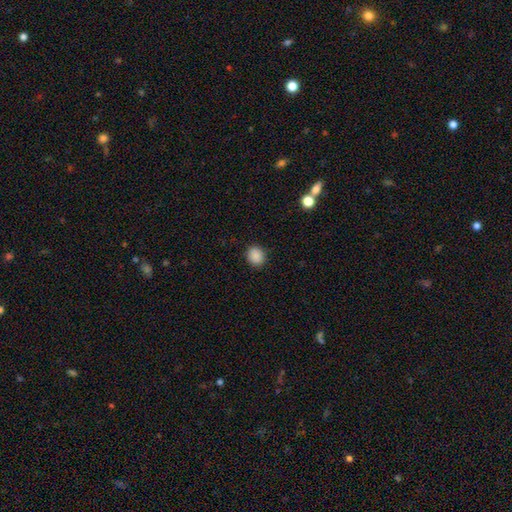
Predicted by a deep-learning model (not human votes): Smooth or featured?
  - smooth: 88% *
  - star or artifact: 9%
  - featured or disk: 3%
How rounded?
  - round: 76% *
  - in between: 23%
  - cigar-shaped: 1%
Merging?
  - none: 90% *
  - minor disturbance: 7%
  - major disturbance: 2%
  - merger: 1%